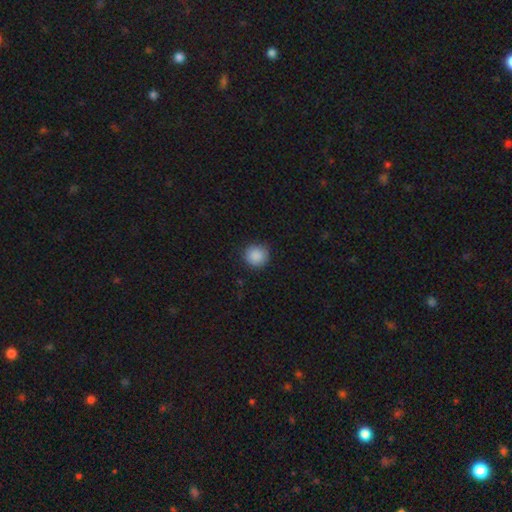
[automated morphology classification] The model was most divided on "smooth or featured": smooth: 89%, star or artifact: 9%, featured or disk: 3%. More confident: how rounded — round (93%); merging — none (88%).